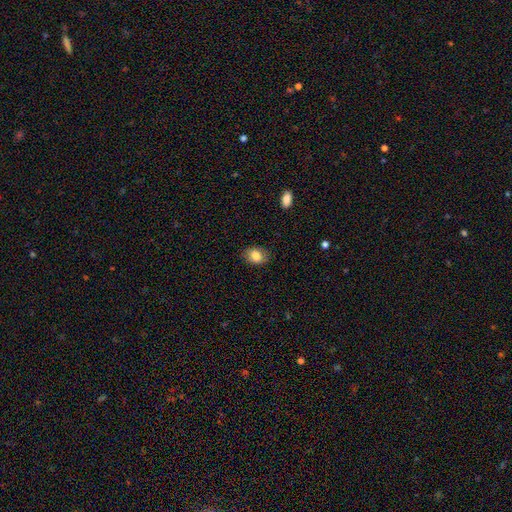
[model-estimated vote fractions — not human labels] Morphology: type=smooth (84%); roundness=in between (72%); merging=none (82%).